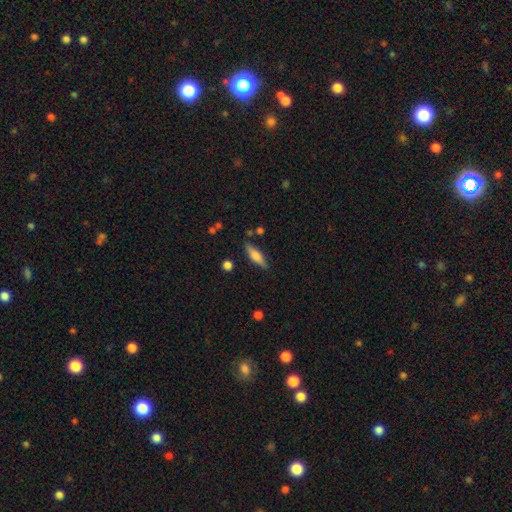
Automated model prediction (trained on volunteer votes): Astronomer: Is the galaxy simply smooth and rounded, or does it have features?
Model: smooth — 63%.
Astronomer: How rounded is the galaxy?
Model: cigar-shaped — 60% (runner-up: in between, 38%).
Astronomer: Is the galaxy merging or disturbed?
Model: none — 83%.